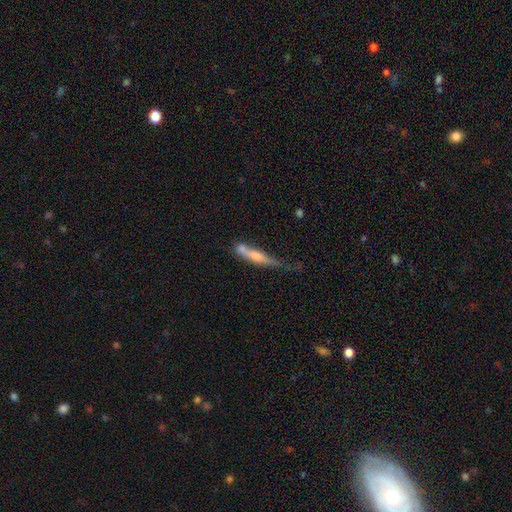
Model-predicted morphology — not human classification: Overall: smooth (52%; featured or disk 41%). How rounded: cigar-shaped (88%). Merging: none (38%; minor disturbance 26%).